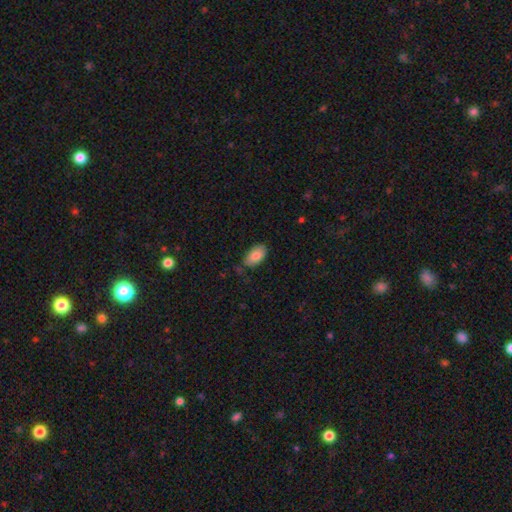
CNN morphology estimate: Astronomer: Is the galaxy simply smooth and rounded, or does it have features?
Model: smooth — 83%.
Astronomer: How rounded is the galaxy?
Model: in between — 94%.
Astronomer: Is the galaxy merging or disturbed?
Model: none — 70%.